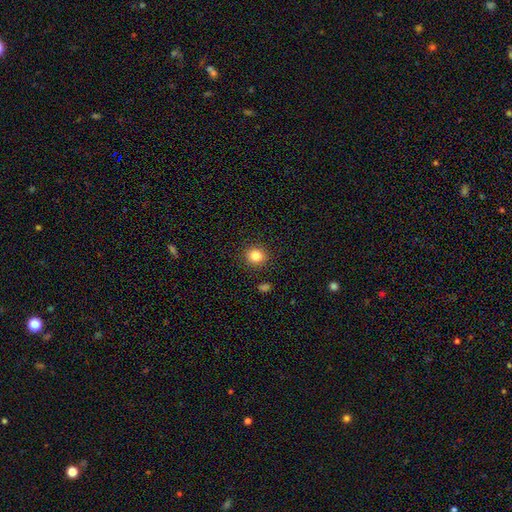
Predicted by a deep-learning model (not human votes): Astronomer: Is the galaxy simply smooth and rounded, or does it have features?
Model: smooth — 84%.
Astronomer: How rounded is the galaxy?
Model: round — 85%.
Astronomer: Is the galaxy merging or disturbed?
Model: none — 90%.